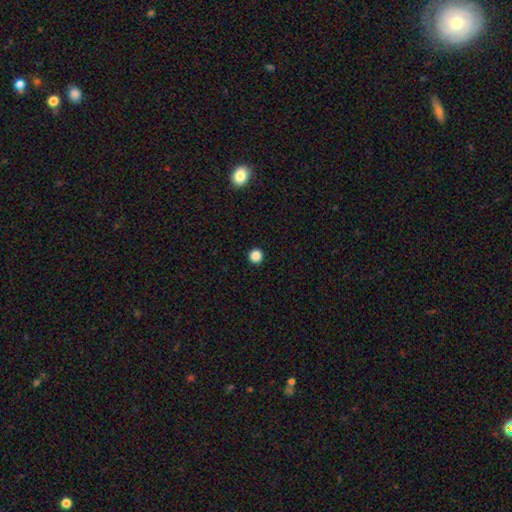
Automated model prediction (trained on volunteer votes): Q: Smooth or featured?
A: smooth (86%); runner-up: star or artifact (11%)
Q: How rounded?
A: round (96%); runner-up: in between (3%)
Q: Merging?
A: none (94%); runner-up: minor disturbance (4%)